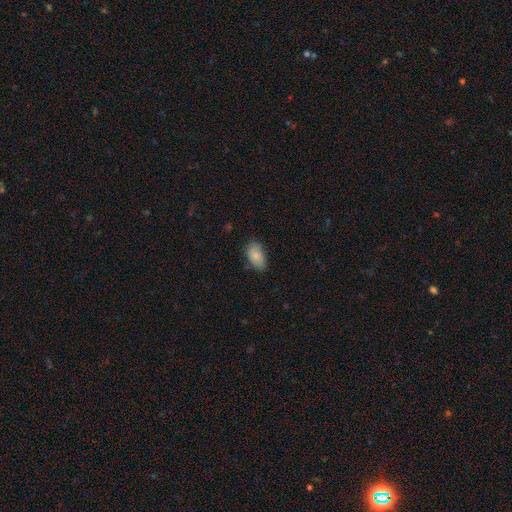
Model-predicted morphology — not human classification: This is clearly a smooth galaxy (82%). How rounded: clearly in between (93%). Merging: likely none (77%).